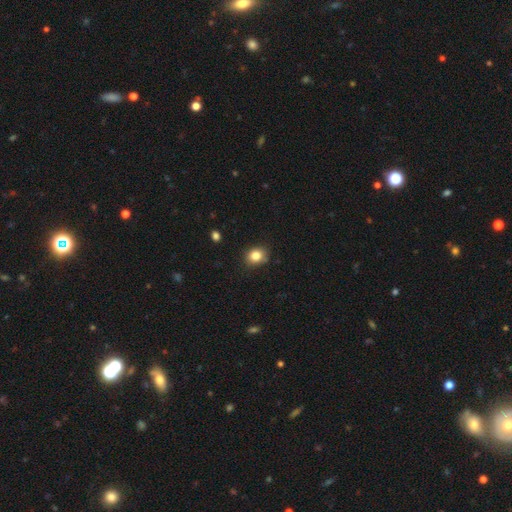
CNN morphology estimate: This appears to be a smooth galaxy with no disk features (83%) that is round (59%). Merging: none (85%).